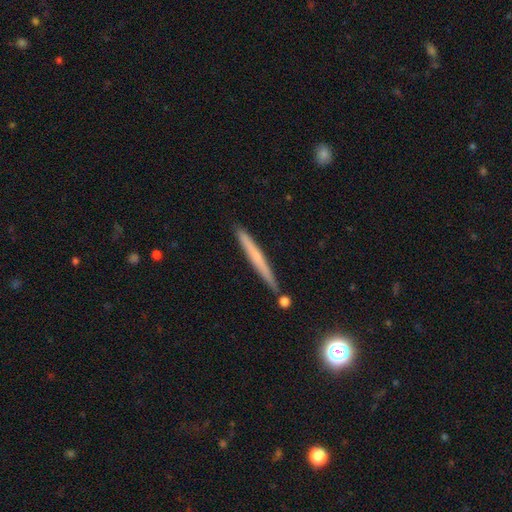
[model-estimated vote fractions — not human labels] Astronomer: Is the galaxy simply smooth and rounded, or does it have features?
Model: smooth — 56% (runner-up: featured or disk, 38%).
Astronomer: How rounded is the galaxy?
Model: cigar-shaped — 97%.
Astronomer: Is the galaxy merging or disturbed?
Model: none — 85%.